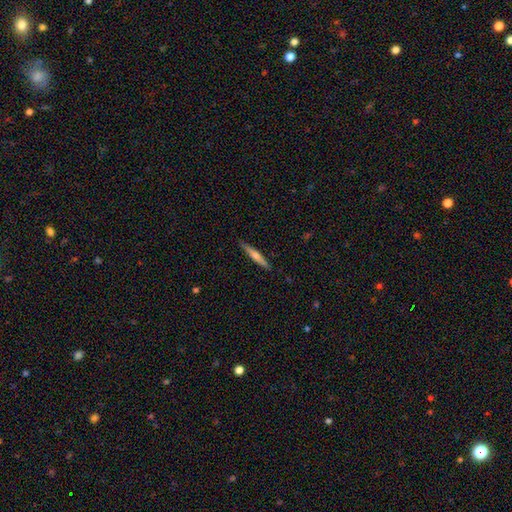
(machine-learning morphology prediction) This appears to be a featured or disk galaxy (53%) viewed edge-on (97%) with a rounded central bulge (79%). Merging: none (90%).